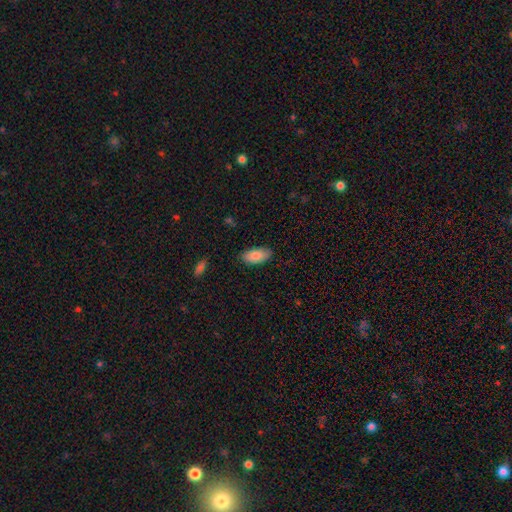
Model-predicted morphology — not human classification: Overall: smooth (86%). How rounded: in between (91%). Merging: none (86%).